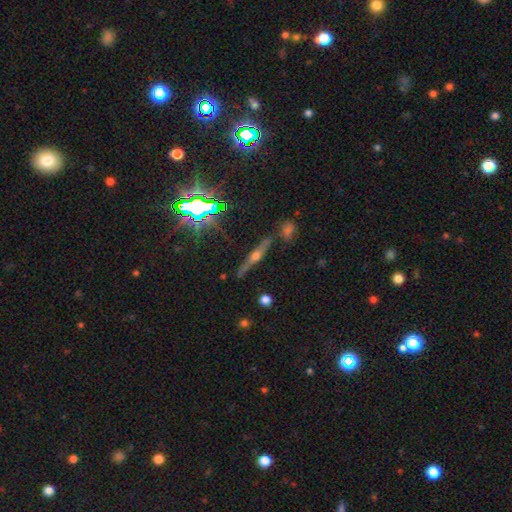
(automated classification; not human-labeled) smooth-or-featured: featured or disk: 70% | smooth: 16% | star or artifact: 14%
  disk-edge-on: yes: 95% | no: 5%
    edge-on-bulge: rounded: 92% | boxy: 5% | none: 3%
  merging: none: 81% | minor disturbance: 11% | merger: 5% | major disturbance: 3%